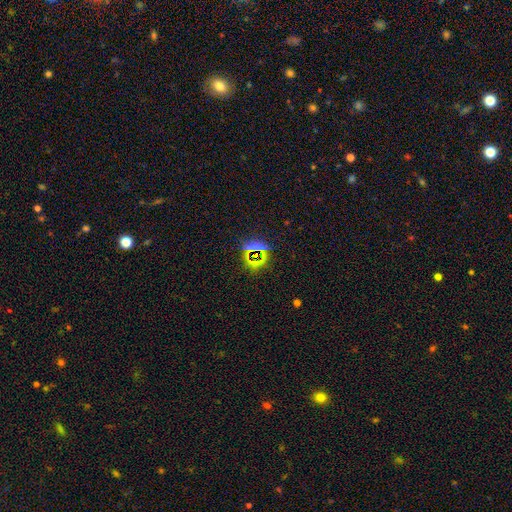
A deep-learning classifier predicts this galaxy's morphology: Smooth or featured?
  - star or artifact: 64% *
  - smooth: 27%
  - featured or disk: 9%